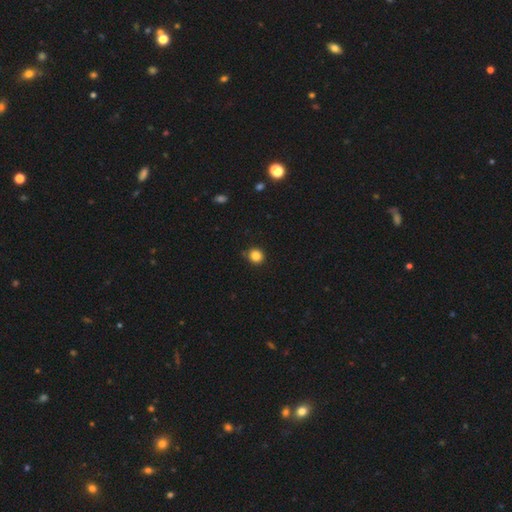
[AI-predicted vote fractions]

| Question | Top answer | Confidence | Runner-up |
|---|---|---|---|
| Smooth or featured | smooth | 84% | star or artifact (12%) |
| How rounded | round | 90% | in between (9%) |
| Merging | none | 87% | minor disturbance (9%) |